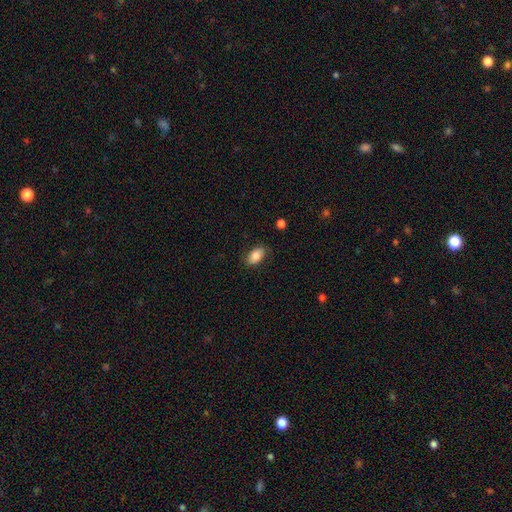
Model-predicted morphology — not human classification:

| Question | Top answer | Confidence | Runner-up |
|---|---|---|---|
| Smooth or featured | smooth | 84% | featured or disk (9%) |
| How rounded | in between | 91% | round (7%) |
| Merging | none | 83% | minor disturbance (13%) |